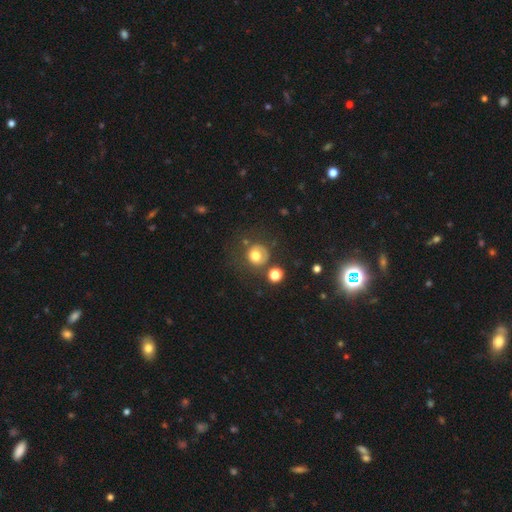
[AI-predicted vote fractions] smooth-or-featured: smooth: 70% | featured or disk: 17% | star or artifact: 12%
  how-rounded: round: 85% | in between: 14% | cigar-shaped: 1%
  merging: none: 56% | minor disturbance: 19% | major disturbance: 15% | merger: 10%